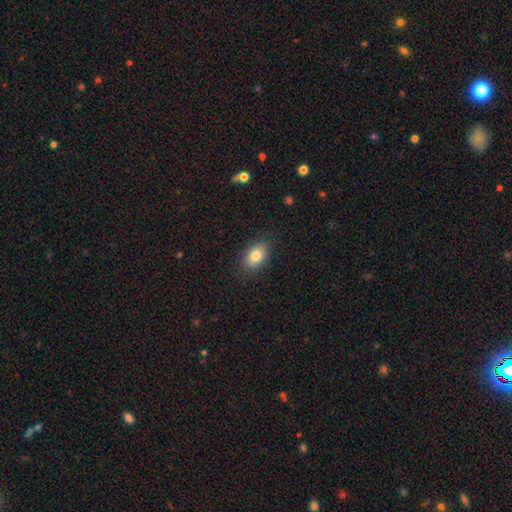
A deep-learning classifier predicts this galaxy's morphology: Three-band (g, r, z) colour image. It shows a smooth galaxy with no disk features (82%) that is in between round and cigar-shaped (86%). Merging: none (84%).